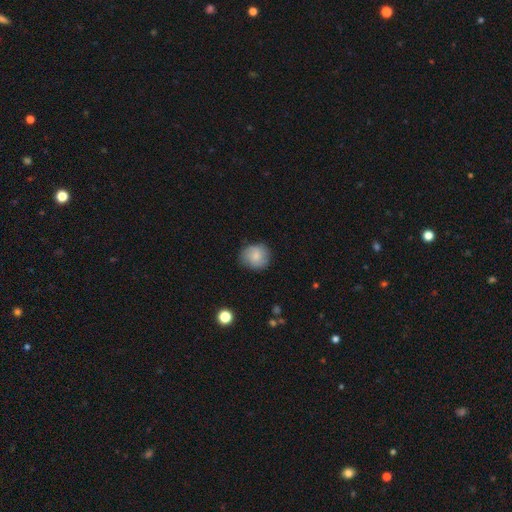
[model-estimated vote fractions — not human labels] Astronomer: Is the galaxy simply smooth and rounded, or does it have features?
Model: smooth — 76%.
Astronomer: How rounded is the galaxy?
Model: round — 84%.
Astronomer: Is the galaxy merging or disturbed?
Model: none — 79%.